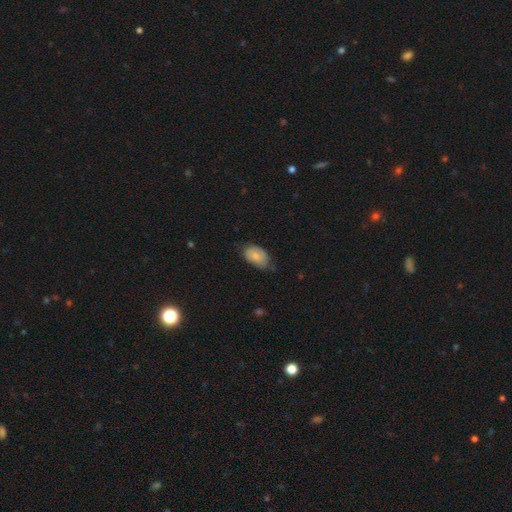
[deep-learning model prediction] Smooth or featured? Predicted: smooth (p=0.76). How rounded? Predicted: in between (p=0.91). Merging? Predicted: none (p=0.52).